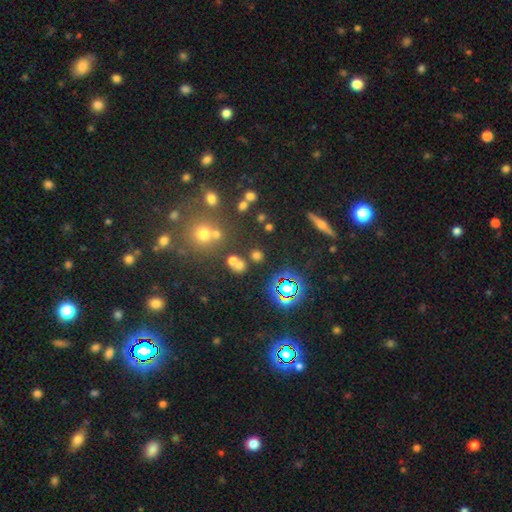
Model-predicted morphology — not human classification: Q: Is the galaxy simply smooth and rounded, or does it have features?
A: star or artifact — 51%.